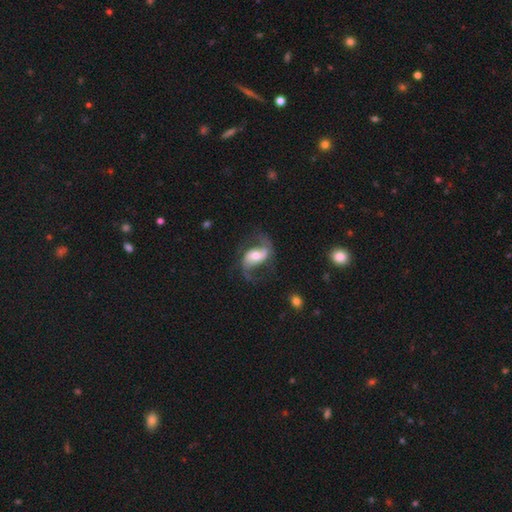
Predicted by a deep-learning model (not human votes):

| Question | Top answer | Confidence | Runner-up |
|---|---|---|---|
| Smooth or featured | featured or disk | 79% | smooth (15%) |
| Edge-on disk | no | 96% | yes (4%) |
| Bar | weak | 38% | strong (34%) |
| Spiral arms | yes | 93% | no (7%) |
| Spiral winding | loose | 56% | medium (36%) |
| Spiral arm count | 2 | 91% | 1 (3%) |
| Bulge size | moderate | 59% | small (24%) |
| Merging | none | 63% | major disturbance (18%) |